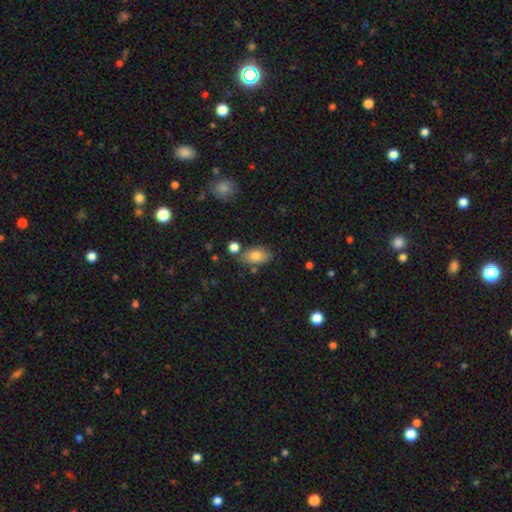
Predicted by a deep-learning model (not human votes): Overall: smooth (80%). How rounded: in between (90%). Merging: none (72%).